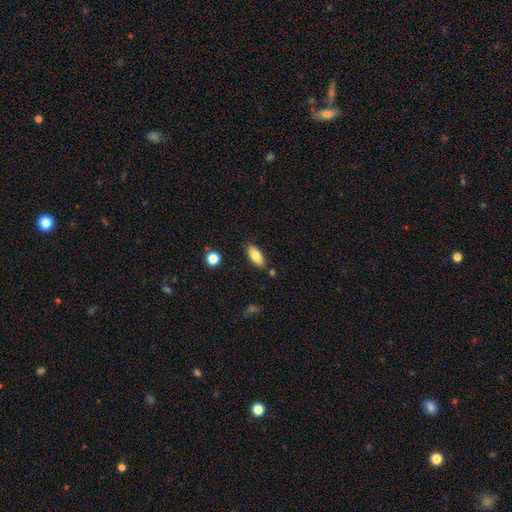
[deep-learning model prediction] Smooth or featured? smooth (81%)
How rounded? in between (85%)
Merging? none (84%)